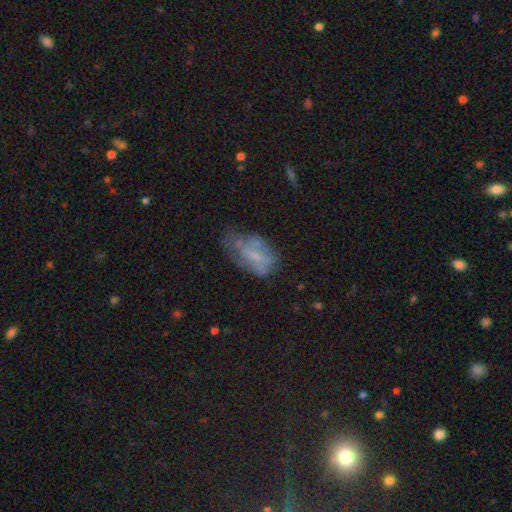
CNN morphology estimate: Smooth or featured? smooth (45%)
Merging? minor disturbance (33%, tied with none)